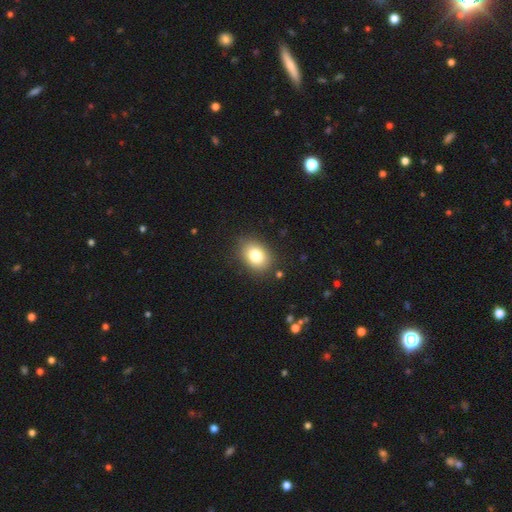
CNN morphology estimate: smooth-or-featured: smooth: 81% | star or artifact: 10% | featured or disk: 10%
  how-rounded: in between: 68% | round: 31% | cigar-shaped: 1%
  merging: none: 86% | minor disturbance: 10% | major disturbance: 3% | merger: 2%